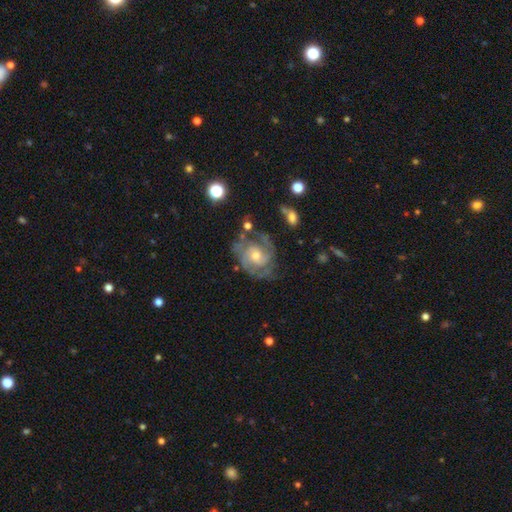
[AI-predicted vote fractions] Smooth or featured? Predicted: featured or disk (p=0.87). Edge-on disk? Predicted: no (p=0.98). Bar? Predicted: no (p=0.63). Spiral arms? Predicted: yes (p=0.95). Spiral winding? Predicted: tight (p=0.50). Spiral arm count? Predicted: 2 (p=0.50). Bulge size? Predicted: moderate (p=0.57). Merging? Predicted: none (p=0.64).